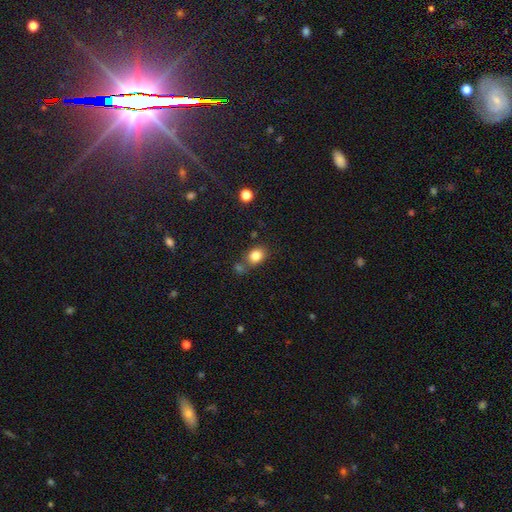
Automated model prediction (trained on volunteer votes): The model was most divided on "how rounded": in between: 53%, round: 46%, cigar-shaped: 1%. More confident: smooth or featured — smooth (83%); merging — none (66%).